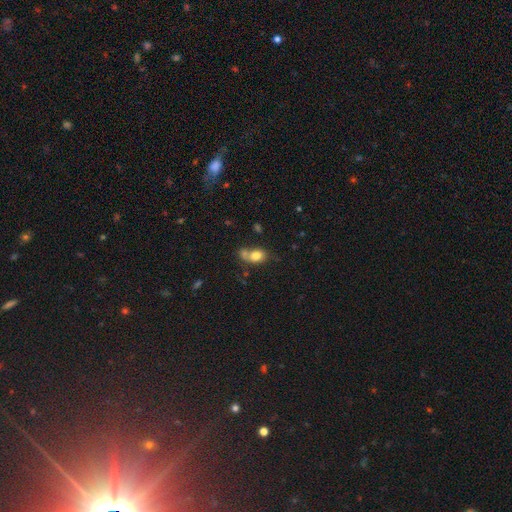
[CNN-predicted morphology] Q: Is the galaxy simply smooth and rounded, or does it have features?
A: smooth — 78%.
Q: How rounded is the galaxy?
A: in between — 65%.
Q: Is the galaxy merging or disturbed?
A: none — 40%.